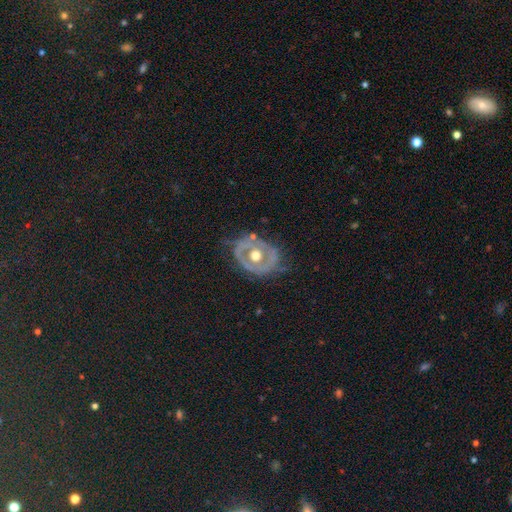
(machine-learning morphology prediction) Overall: featured or disk (68%). Edge-on disk: no (95%). Bar: no (86%). Spiral arms: no (73%). Bulge size: moderate (76%). Merging: none (59%; minor disturbance 26%).